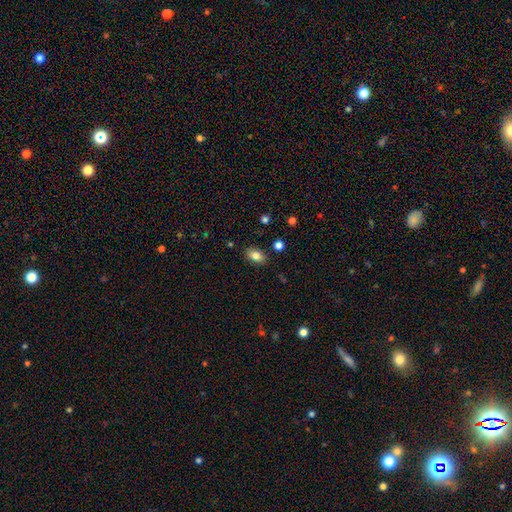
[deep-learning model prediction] Smooth or featured? smooth (81%)
How rounded? in between (88%)
Merging? none (85%)